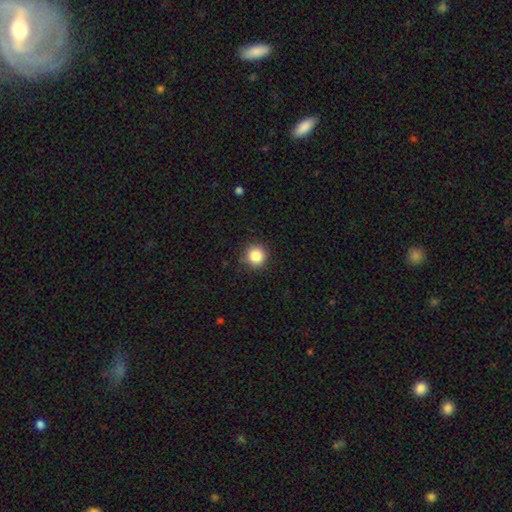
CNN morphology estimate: Overall: smooth (85%). How rounded: round (94%). Merging: none (87%).